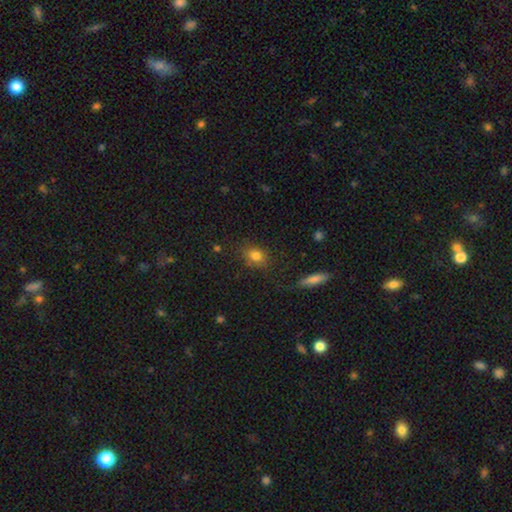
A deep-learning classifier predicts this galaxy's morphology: The model was most divided on "how rounded": round: 51%, in between: 47%, cigar-shaped: 2%. More confident: smooth or featured — smooth (80%); merging — none (77%).